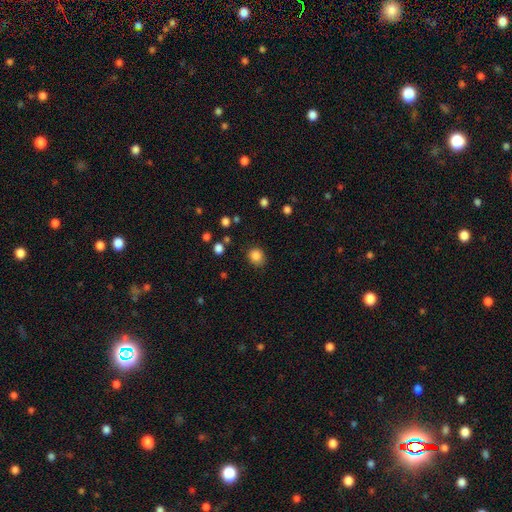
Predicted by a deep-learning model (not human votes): smooth_or_featured: smooth (p=0.85) [alt: star or artifact p=0.11]
how_rounded: round (p=0.82) [alt: in between p=0.17]
merging: none (p=0.83) [alt: minor disturbance p=0.12]